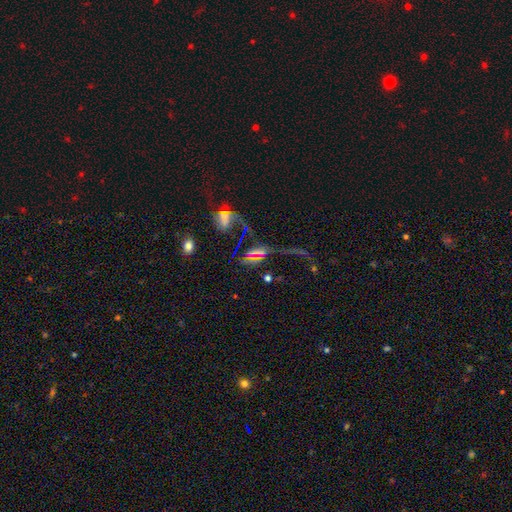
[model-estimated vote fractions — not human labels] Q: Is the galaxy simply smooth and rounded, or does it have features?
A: featured or disk — 43%.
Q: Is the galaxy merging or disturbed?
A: major disturbance — 34%.